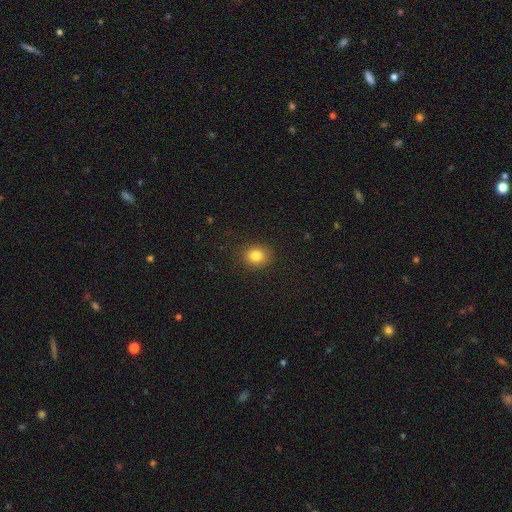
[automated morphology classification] This appears to be a smooth galaxy with no disk features (83%) that is round (74%). Merging: none (89%).